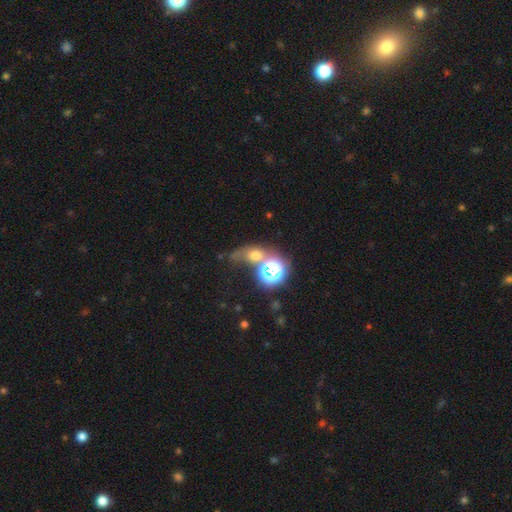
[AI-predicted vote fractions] Smooth or featured?
  - smooth: 51% *
  - star or artifact: 34%
  - featured or disk: 15%
How rounded?
  - round: 59% *
  - in between: 37%
  - cigar-shaped: 4%
Merging?
  - none: 42% *
  - merger: 32%
  - minor disturbance: 13%
  - major disturbance: 13%